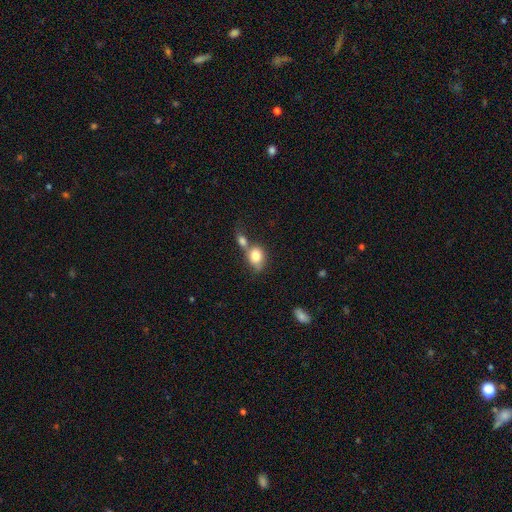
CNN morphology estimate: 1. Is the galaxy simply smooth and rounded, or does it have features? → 80% smooth, 12% featured or disk, 8% star or artifact.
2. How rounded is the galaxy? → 57% in between, 42% round, 2% cigar-shaped.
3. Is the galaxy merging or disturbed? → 56% merger, 26% none, 11% minor disturbance, 6% major disturbance.